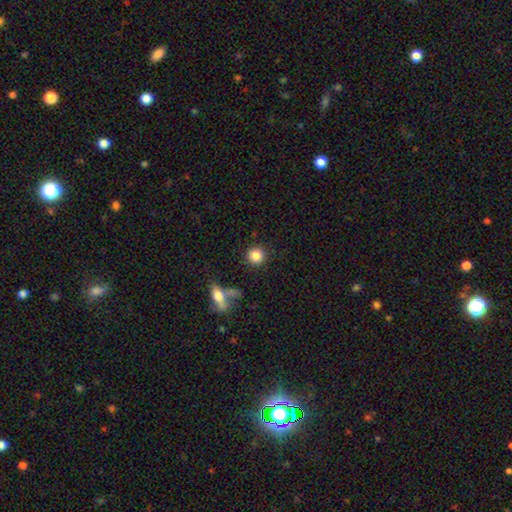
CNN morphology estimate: A smooth galaxy with no disk features (85%) that is round (92%).

Vote fractions:
- Smooth or featured? smooth: 85% / star or artifact: 9% / featured or disk: 6%
- How rounded? round: 92% / in between: 7% / cigar-shaped: 1%
- Merging? none: 85% / minor disturbance: 7% / merger: 5% / major disturbance: 3%